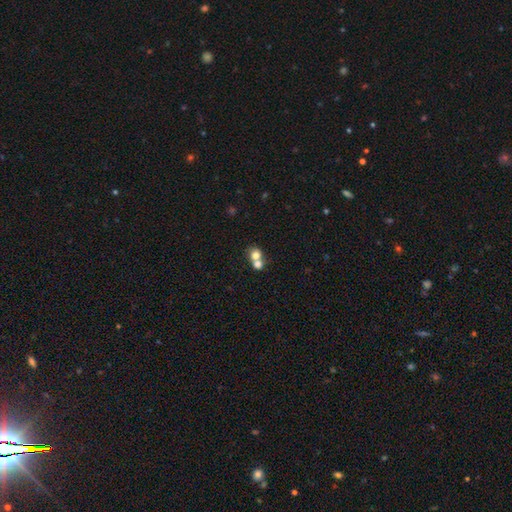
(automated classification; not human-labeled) The model was most divided on "merging": merger: 64%, none: 28%, minor disturbance: 5%, major disturbance: 3%. More confident: smooth or featured — smooth (74%); how rounded — round (73%).